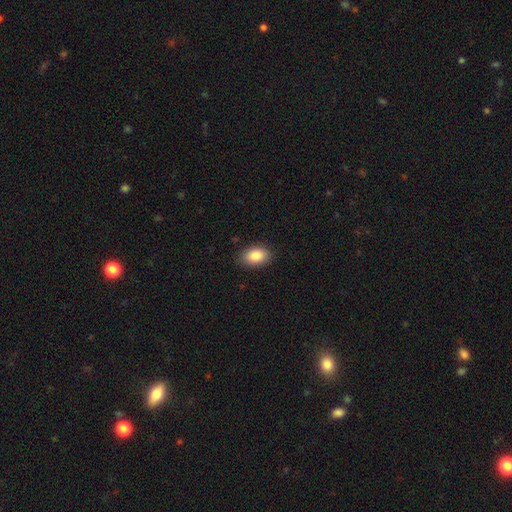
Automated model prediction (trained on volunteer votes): The model was most divided on "merging": none: 87%, minor disturbance: 10%, major disturbance: 2%, merger: 1%. More confident: how rounded — in between (90%); smooth or featured — smooth (88%).